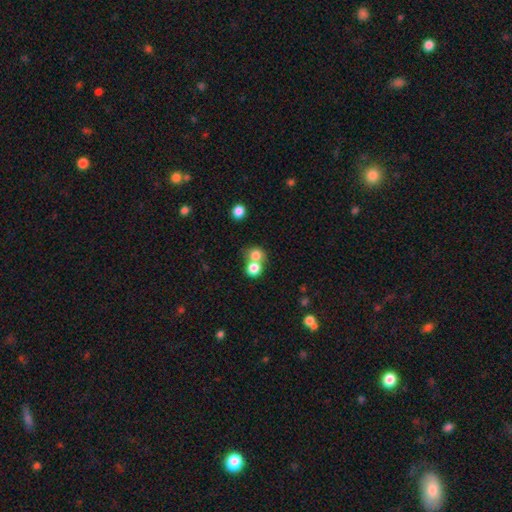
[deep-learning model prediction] Overall: smooth (79%). How rounded: round (81%). Merging: merger (49%; none 42%).